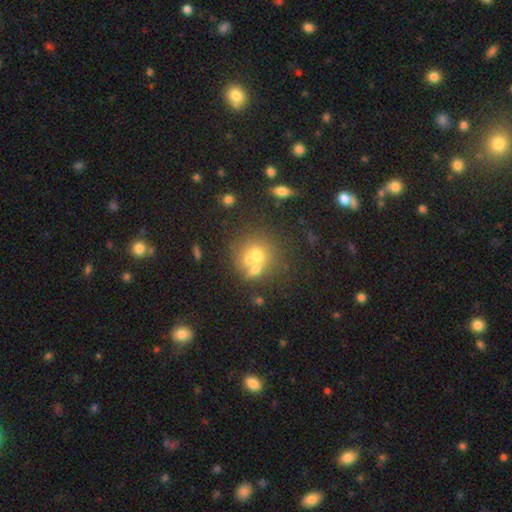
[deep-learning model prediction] smooth 57%, featured or disk 28%, star or artifact 15%. Down the decision tree: how rounded — round (80%); merging — merger (46%).